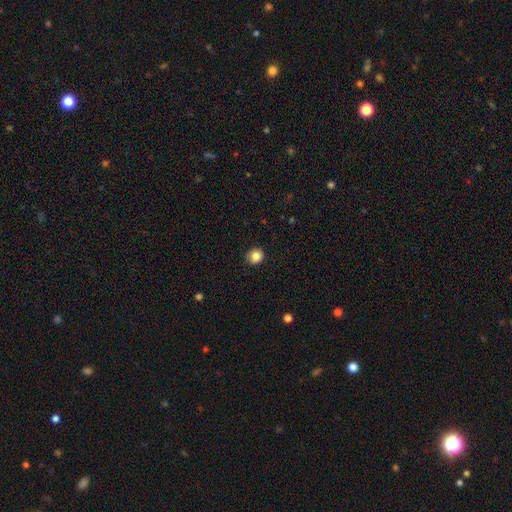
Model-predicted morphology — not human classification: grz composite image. It shows a smooth galaxy with no disk features (84%) that is round (75%). Merging: none (81%).